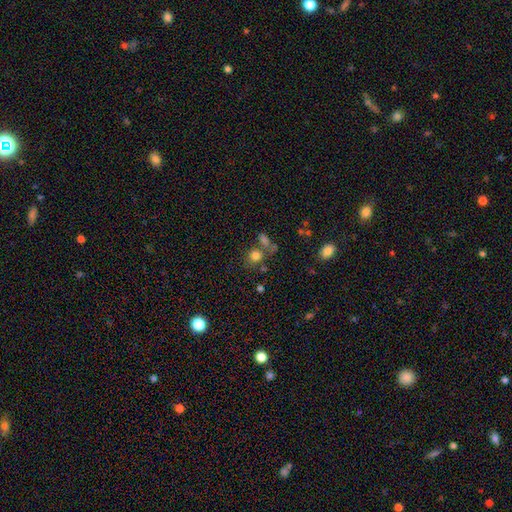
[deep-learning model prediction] This appears to be a smooth galaxy with no disk features (77%) that is round (75%). Merging: none (55%).